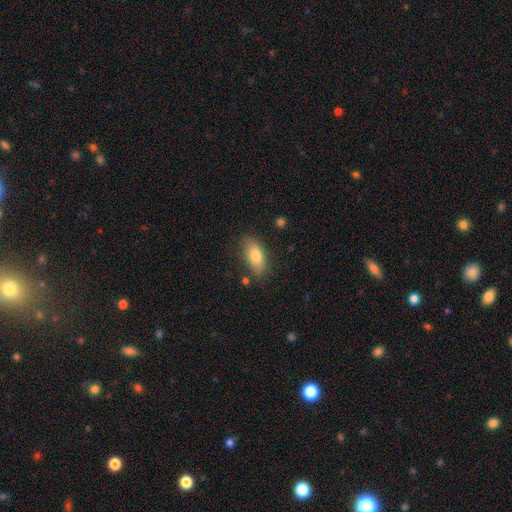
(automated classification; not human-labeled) This is likely a smooth galaxy (79%). How rounded: clearly in between (86%). Merging: likely none (79%).